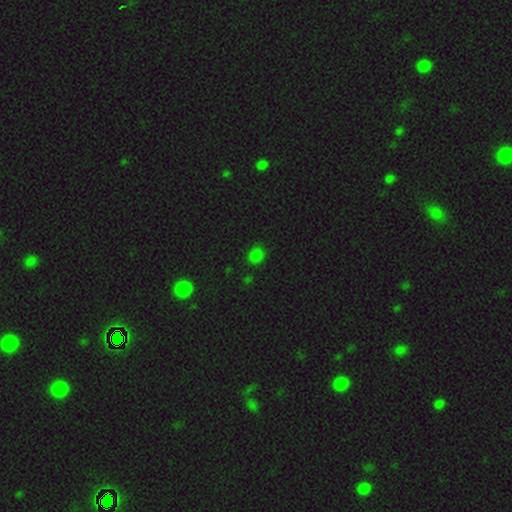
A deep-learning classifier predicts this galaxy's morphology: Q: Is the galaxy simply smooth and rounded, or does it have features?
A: smooth — 76%.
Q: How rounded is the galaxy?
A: round — 69%.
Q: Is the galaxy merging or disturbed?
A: none — 86%.